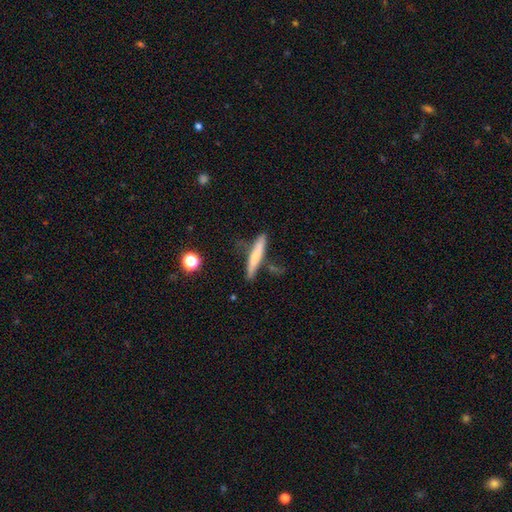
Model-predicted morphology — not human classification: A smooth galaxy with no disk features (57%) that is cigar-shaped (91%).

Vote fractions:
- Smooth or featured? smooth: 57% / featured or disk: 37% / star or artifact: 7%
- How rounded? cigar-shaped: 91% / in between: 7% / round: 2%
- Merging? none: 70% / minor disturbance: 20% / merger: 6% / major disturbance: 5%